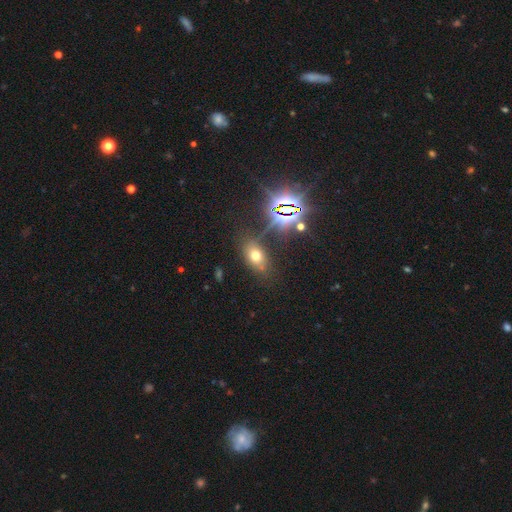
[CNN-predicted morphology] A smooth galaxy with no disk features (58%) that is in between round and cigar-shaped (81%).

Vote fractions:
- Smooth or featured? smooth: 58% / star or artifact: 28% / featured or disk: 14%
- How rounded? in between: 81% / round: 16% / cigar-shaped: 3%
- Merging? none: 73% / minor disturbance: 15% / major disturbance: 7% / merger: 6%